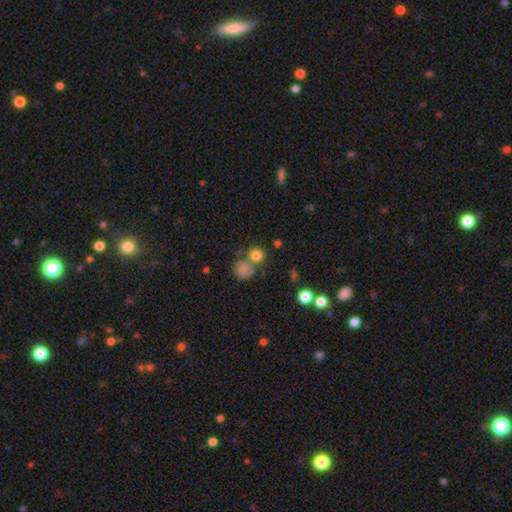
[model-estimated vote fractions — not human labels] Morphology: type=smooth (78%); roundness=round (88%); merging=none (61%).